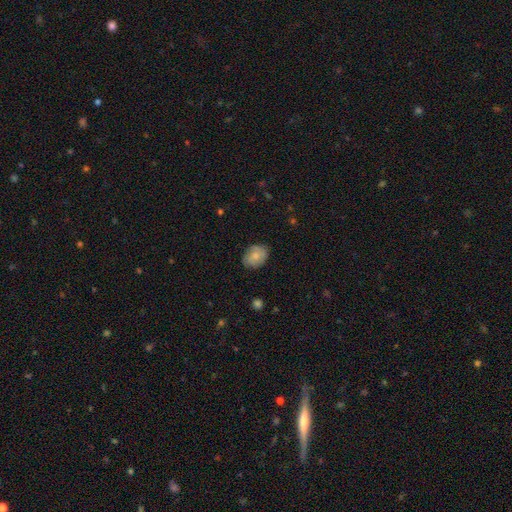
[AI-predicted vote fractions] Smooth or featured?
  - smooth: 79% *
  - featured or disk: 14%
  - star or artifact: 7%
How rounded?
  - in between: 69% *
  - round: 30%
  - cigar-shaped: 1%
Merging?
  - none: 78% *
  - minor disturbance: 18%
  - major disturbance: 3%
  - merger: 1%